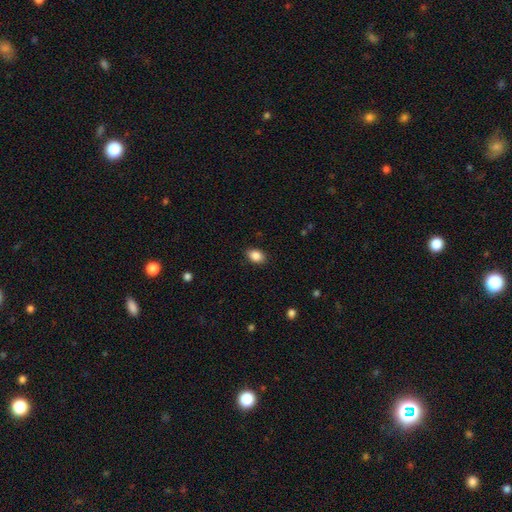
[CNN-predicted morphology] Smooth or featured? Predicted: smooth (p=0.87). How rounded? Predicted: in between (p=0.80). Merging? Predicted: none (p=0.88).